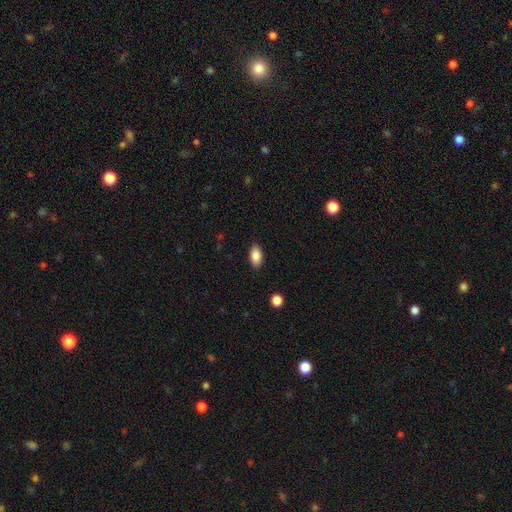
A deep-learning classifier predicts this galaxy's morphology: smooth 87%, star or artifact 8%, featured or disk 6%. Down the decision tree: how rounded — in between (92%); merging — none (88%).